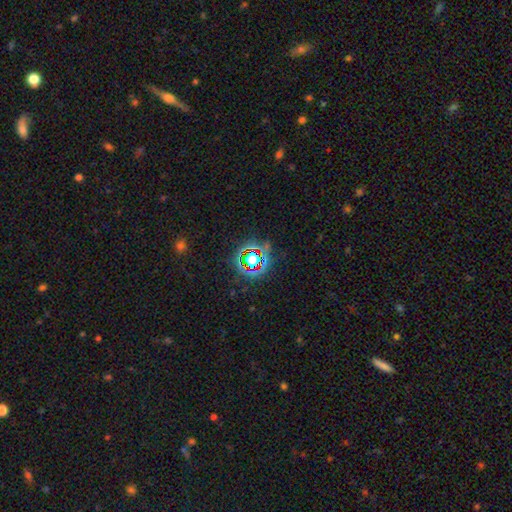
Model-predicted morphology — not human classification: Smooth or featured? star or artifact (70%)